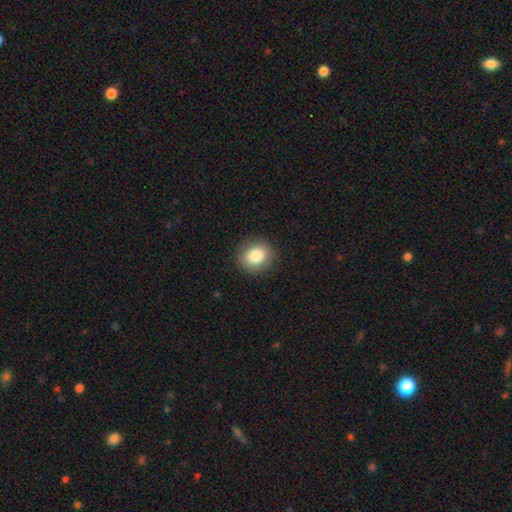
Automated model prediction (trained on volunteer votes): A smooth galaxy with no disk features (83%) that is round (74%). Merging: none (89%).